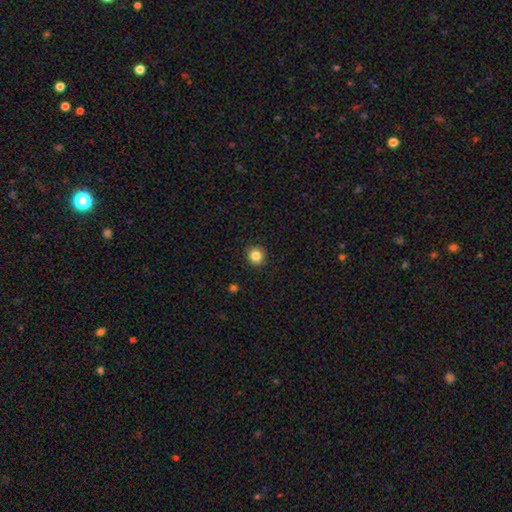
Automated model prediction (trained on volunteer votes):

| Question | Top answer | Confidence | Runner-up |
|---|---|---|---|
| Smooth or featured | smooth | 85% | star or artifact (10%) |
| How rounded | round | 94% | in between (5%) |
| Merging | none | 93% | minor disturbance (5%) |